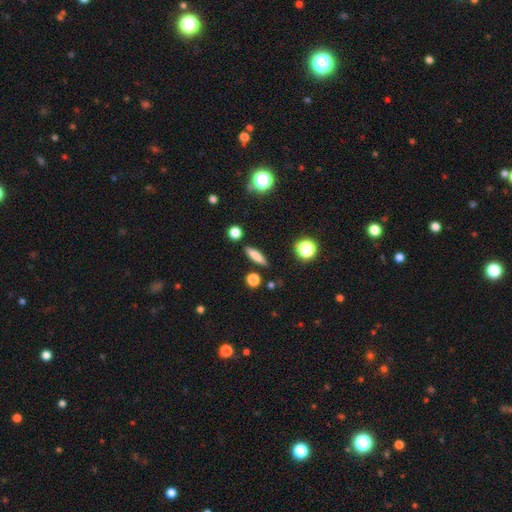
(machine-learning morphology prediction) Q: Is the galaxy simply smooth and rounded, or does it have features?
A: smooth — 78%.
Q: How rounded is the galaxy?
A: cigar-shaped — 73%.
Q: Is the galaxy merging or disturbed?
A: none — 88%.